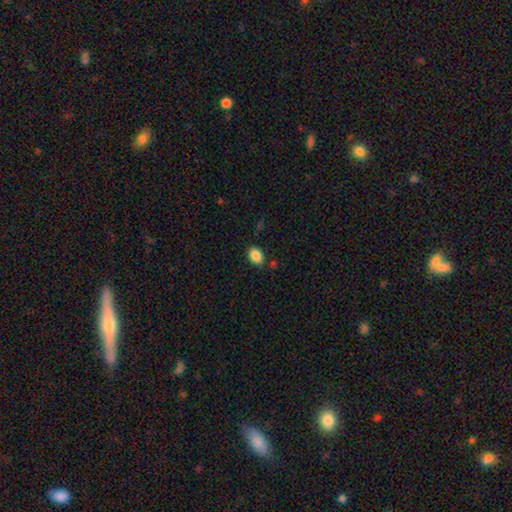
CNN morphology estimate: Q: Smooth or featured?
A: smooth (87%); runner-up: star or artifact (8%)
Q: How rounded?
A: in between (85%); runner-up: round (14%)
Q: Merging?
A: none (85%); runner-up: minor disturbance (10%)